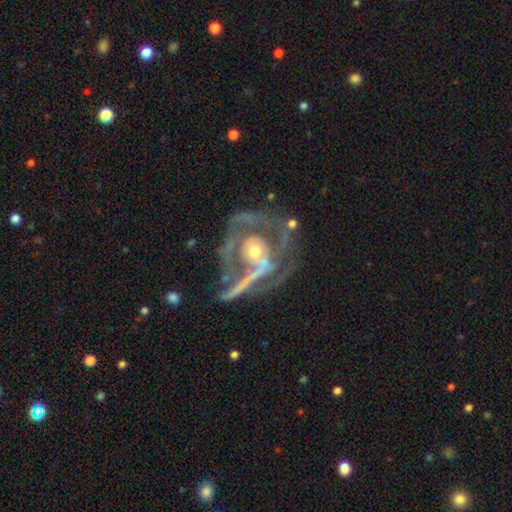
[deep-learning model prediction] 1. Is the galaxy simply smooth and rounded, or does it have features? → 81% featured or disk, 12% smooth, 8% star or artifact.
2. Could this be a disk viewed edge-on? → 94% no, 6% yes.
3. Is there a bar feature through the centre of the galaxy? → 68% no, 19% weak, 13% strong.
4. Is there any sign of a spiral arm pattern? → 59% yes, 41% no.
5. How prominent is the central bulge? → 52% moderate, 39% small, 5% large, 2% none, 2% dominant.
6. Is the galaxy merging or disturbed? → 34% none, 31% major disturbance, 19% merger, 17% minor disturbance.